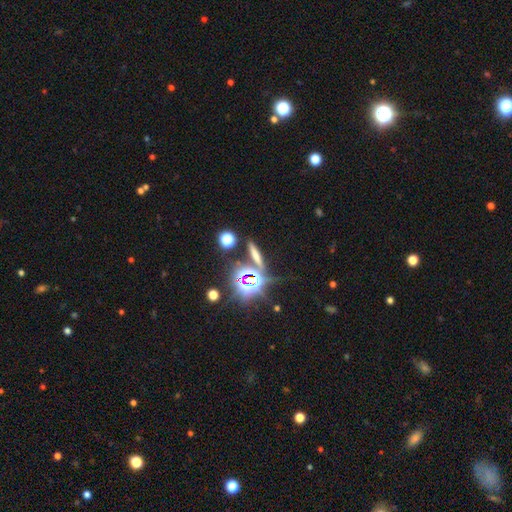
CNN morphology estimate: A smooth galaxy with no disk features (44%). Merging: none (79%).